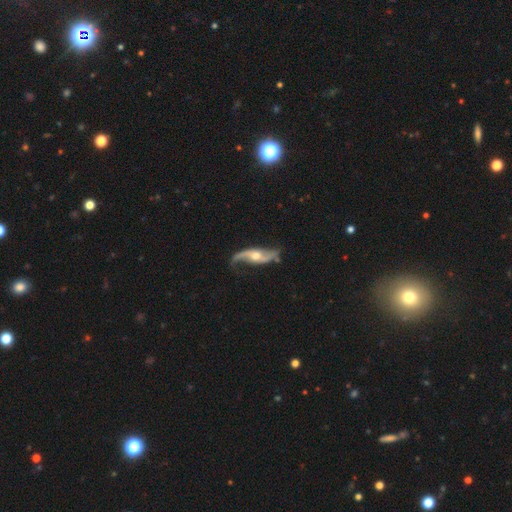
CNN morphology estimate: Q: Smooth or featured?
A: featured or disk (88%); runner-up: smooth (8%)
Q: Edge-on disk?
A: no (86%); runner-up: yes (14%)
Q: Bar?
A: no (58%); runner-up: weak (28%)
Q: Spiral arms?
A: yes (95%); runner-up: no (5%)
Q: Spiral winding?
A: loose (84%); runner-up: medium (12%)
Q: Spiral arm count?
A: 2 (92%); runner-up: 1 (3%)
Q: Bulge size?
A: moderate (68%); runner-up: small (23%)
Q: Merging?
A: none (68%); runner-up: minor disturbance (20%)